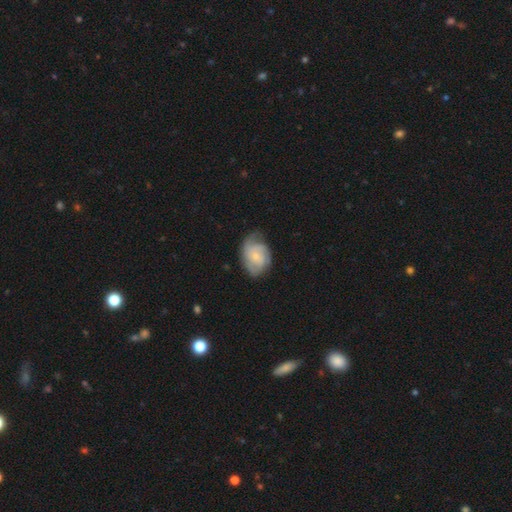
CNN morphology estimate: featured or disk 65%, smooth 29%, star or artifact 6%. Down the decision tree: edge-on disk — no (98%); bar — no (72%); spiral arms — yes (91%); spiral arm count — 2 (35%); spiral winding — tight (47%); bulge size — small (66%); merging — none (57%).